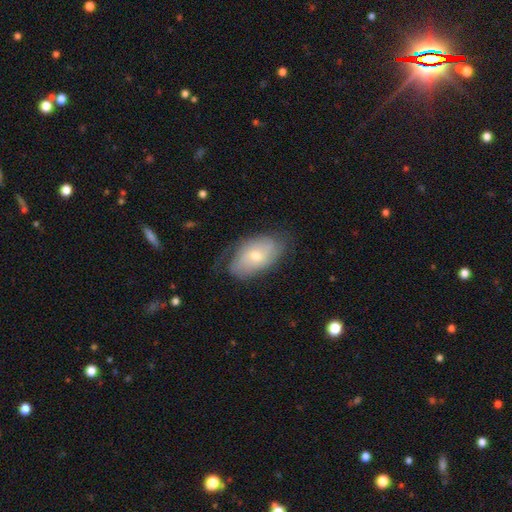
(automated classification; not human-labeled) Smooth or featured? Predicted: featured or disk (p=0.49). Merging? Predicted: none (p=0.64).